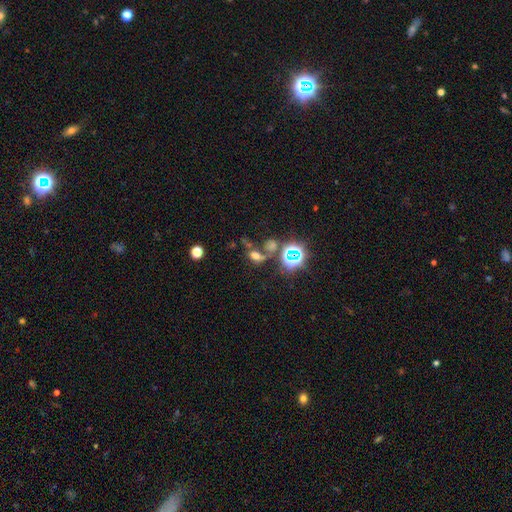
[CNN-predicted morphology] smooth 48%, star or artifact 38%, featured or disk 14%. Down the decision tree: merging — none (46%).